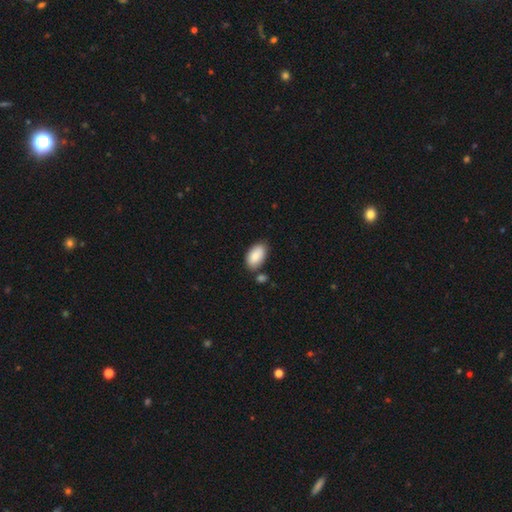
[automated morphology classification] The model was most divided on "merging": none: 71%, minor disturbance: 16%, merger: 10%, major disturbance: 3%. More confident: how rounded — in between (95%); smooth or featured — smooth (87%).